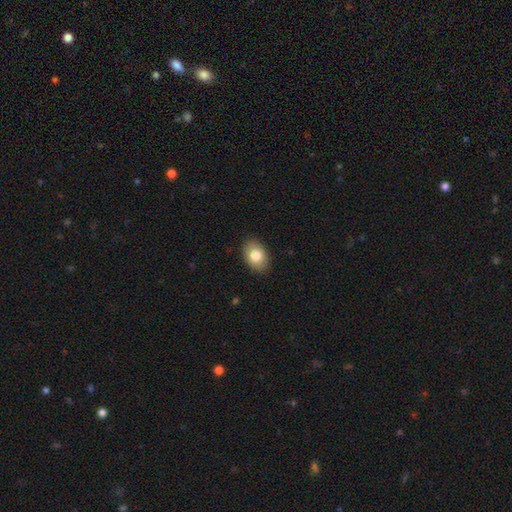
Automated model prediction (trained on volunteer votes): Q: Smooth or featured?
A: smooth (81%); runner-up: featured or disk (12%)
Q: How rounded?
A: in between (80%); runner-up: round (19%)
Q: Merging?
A: none (88%); runner-up: minor disturbance (9%)